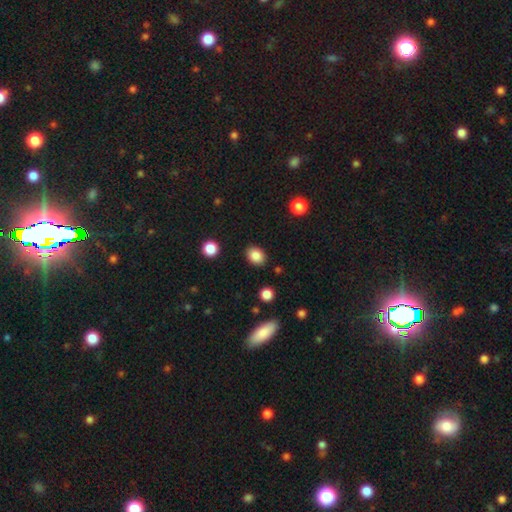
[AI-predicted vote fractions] A smooth galaxy with no disk features (86%) that is in between round and cigar-shaped (65%).

Vote fractions:
- Smooth or featured? smooth: 86% / star or artifact: 9% / featured or disk: 5%
- How rounded? in between: 65% / round: 34% / cigar-shaped: 1%
- Merging? none: 86% / minor disturbance: 9% / major disturbance: 3% / merger: 2%